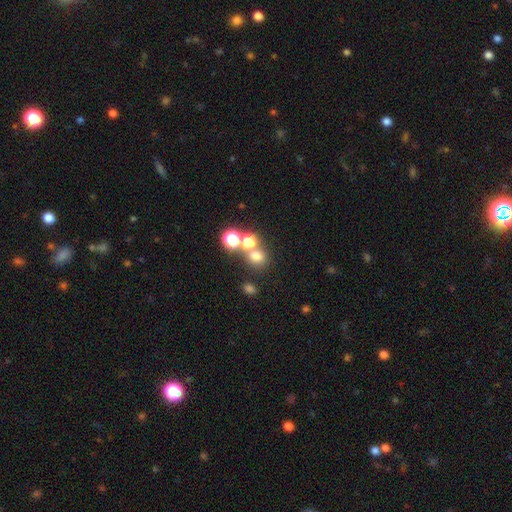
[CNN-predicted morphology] A smooth galaxy with no disk features (67%) that is round (81%).

Vote fractions:
- Smooth or featured? smooth: 67% / star or artifact: 24% / featured or disk: 10%
- How rounded? round: 81% / in between: 18% / cigar-shaped: 1%
- Merging? none: 56% / merger: 32% / minor disturbance: 8% / major disturbance: 4%